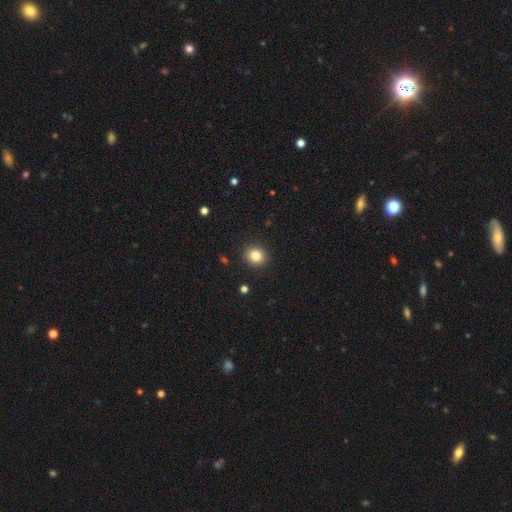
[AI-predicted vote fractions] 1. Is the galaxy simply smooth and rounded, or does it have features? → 83% smooth, 11% star or artifact, 6% featured or disk.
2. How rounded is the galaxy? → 84% round, 15% in between, 1% cigar-shaped.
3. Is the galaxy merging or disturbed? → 91% none, 6% minor disturbance, 2% major disturbance, 1% merger.